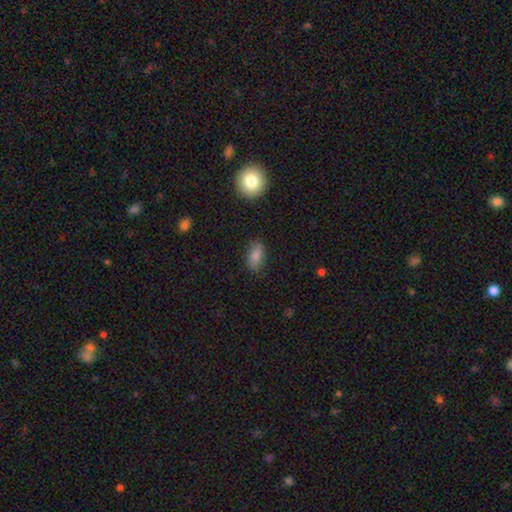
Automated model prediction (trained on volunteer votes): Smooth or featured? smooth (82%)
How rounded? in between (88%)
Merging? none (82%)